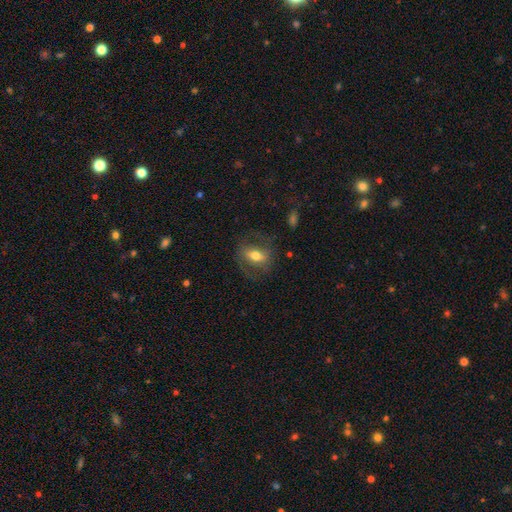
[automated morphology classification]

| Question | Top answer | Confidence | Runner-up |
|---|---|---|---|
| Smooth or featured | smooth | 51% | featured or disk (41%) |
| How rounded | in between | 72% | round (25%) |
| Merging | none | 66% | minor disturbance (18%) |